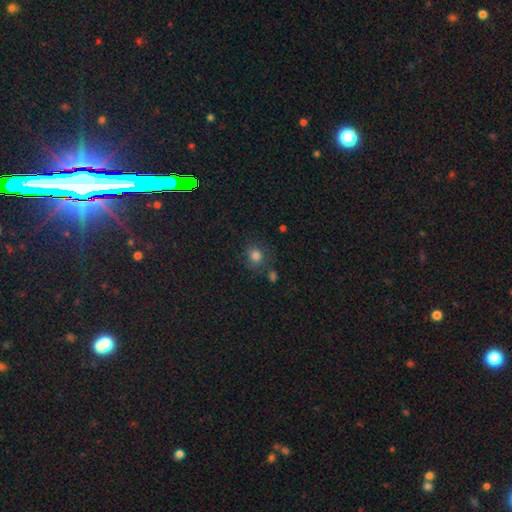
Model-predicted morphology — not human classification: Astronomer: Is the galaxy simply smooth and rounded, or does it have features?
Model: smooth — 80%.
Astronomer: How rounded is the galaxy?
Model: round — 79%.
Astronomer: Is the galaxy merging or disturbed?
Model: none — 71%.